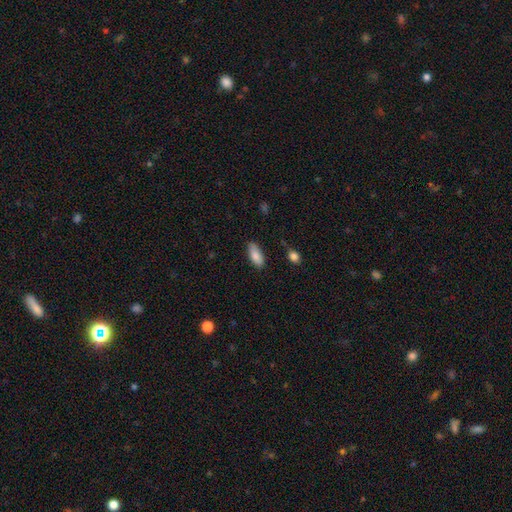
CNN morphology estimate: Smooth or featured? smooth (86%)
How rounded? in between (79%)
Merging? none (78%)